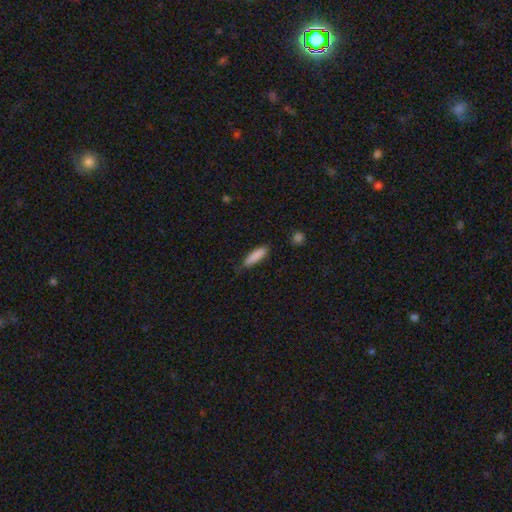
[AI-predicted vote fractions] Overall: smooth (87%). How rounded: cigar-shaped (67%; in between 31%). Merging: none (77%).